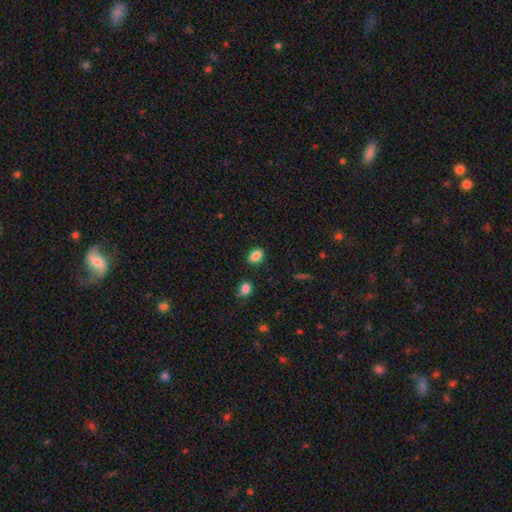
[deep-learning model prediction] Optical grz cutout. It shows a smooth galaxy with no disk features (85%) that is in between round and cigar-shaped (83%). Merging: none (85%).